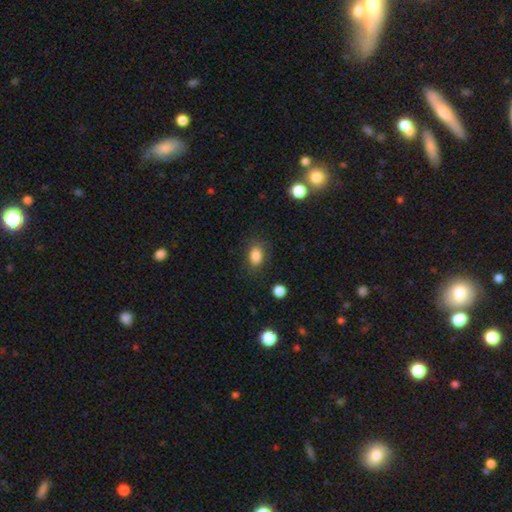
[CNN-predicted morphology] smooth 85%, star or artifact 10%, featured or disk 6%. Down the decision tree: how rounded — in between (75%); merging — none (79%).